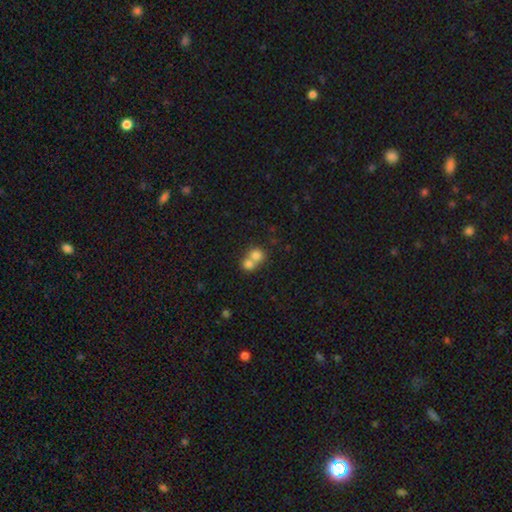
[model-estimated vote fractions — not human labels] smooth-or-featured: smooth: 76% | featured or disk: 14% | star or artifact: 10%
  how-rounded: round: 78% | in between: 21% | cigar-shaped: 1%
  merging: merger: 67% | none: 26% | minor disturbance: 4% | major disturbance: 2%